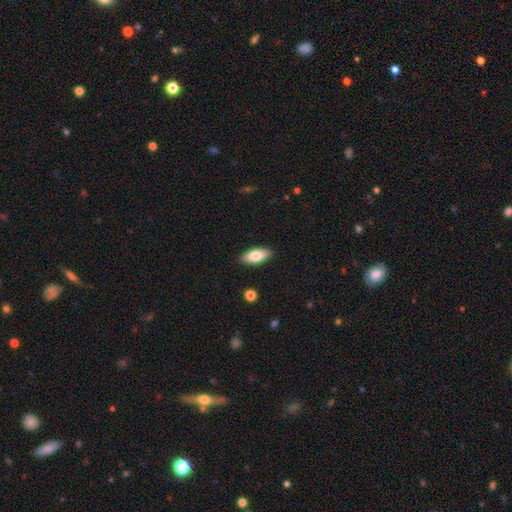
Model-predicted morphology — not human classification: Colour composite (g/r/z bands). It shows a smooth galaxy with no disk features (77%) that is in between round and cigar-shaped (81%). Merging: none (89%).